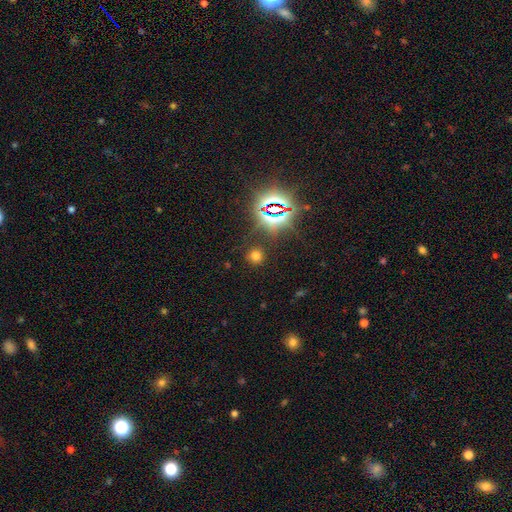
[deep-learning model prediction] Morphology: type=smooth (62%); roundness=round (89%); merging=none (86%).